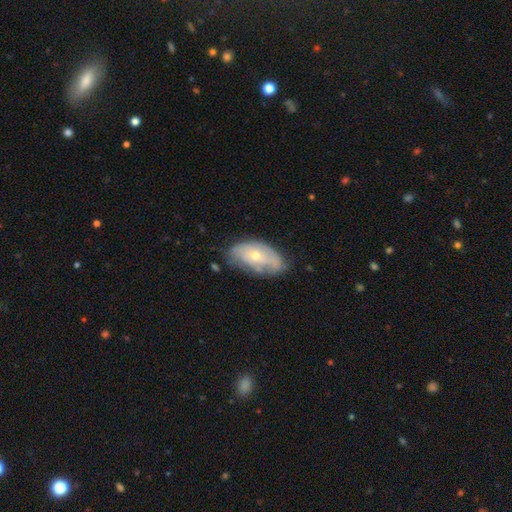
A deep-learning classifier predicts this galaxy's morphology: smooth-or-featured: featured or disk: 53% | smooth: 40% | star or artifact: 7%
  disk-edge-on: no: 90% | yes: 10%
  merging: none: 60% | minor disturbance: 29% | major disturbance: 8% | merger: 2%